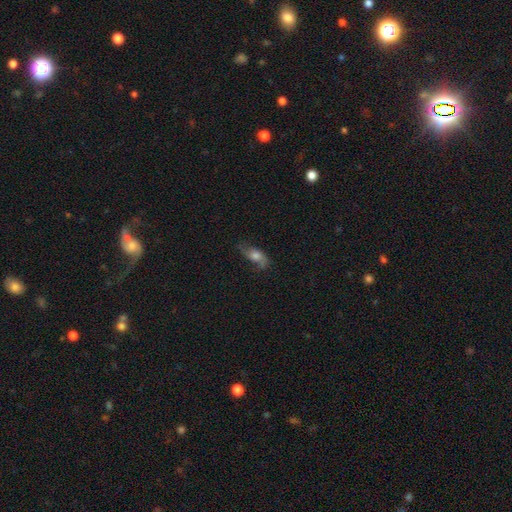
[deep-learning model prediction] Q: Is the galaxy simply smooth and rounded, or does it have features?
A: featured or disk — 54%.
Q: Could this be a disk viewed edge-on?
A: no — 83%.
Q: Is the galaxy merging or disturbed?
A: none — 62%.